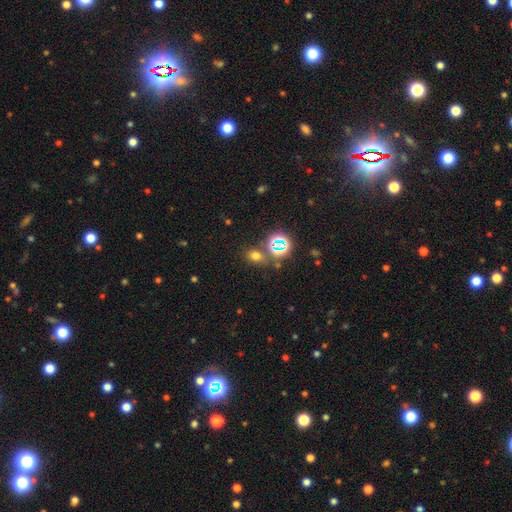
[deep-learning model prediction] A smooth galaxy with no disk features (62%) that is in between round and cigar-shaped (52%). Merging: none (75%).